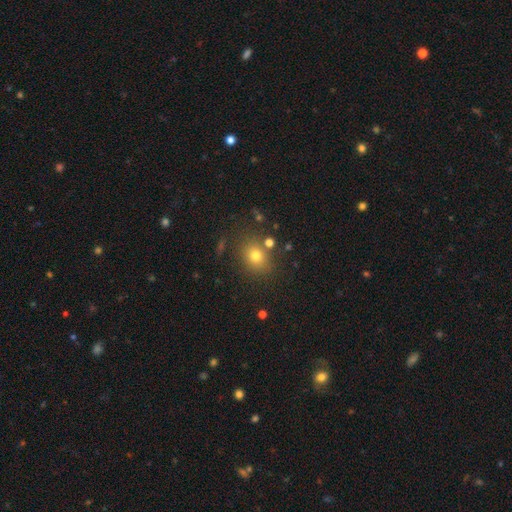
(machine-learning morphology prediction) smooth 73%, star or artifact 17%, featured or disk 11%. Down the decision tree: how rounded — round (63%); merging — none (79%).